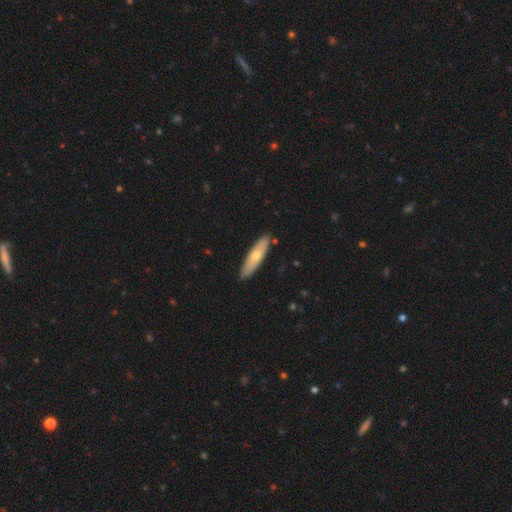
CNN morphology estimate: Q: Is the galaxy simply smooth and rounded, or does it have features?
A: smooth — 56%.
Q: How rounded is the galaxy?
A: cigar-shaped — 73%.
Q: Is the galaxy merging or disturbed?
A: none — 88%.